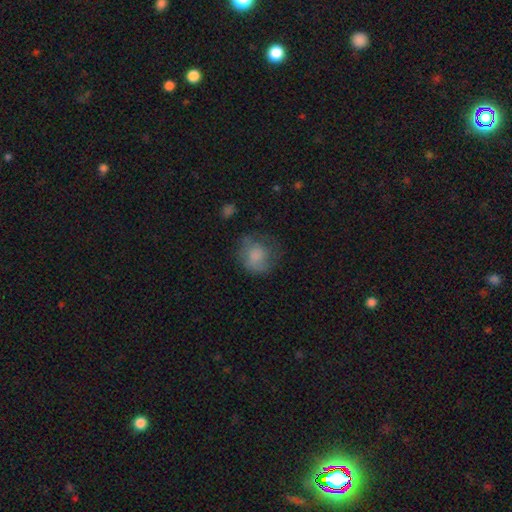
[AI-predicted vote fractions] A smooth galaxy with no disk features (70%) that is round (75%).

Vote fractions:
- Smooth or featured? smooth: 70% / featured or disk: 21% / star or artifact: 9%
- How rounded? round: 75% / in between: 24% / cigar-shaped: 1%
- Merging? none: 51% / minor disturbance: 26% / major disturbance: 21% / merger: 2%